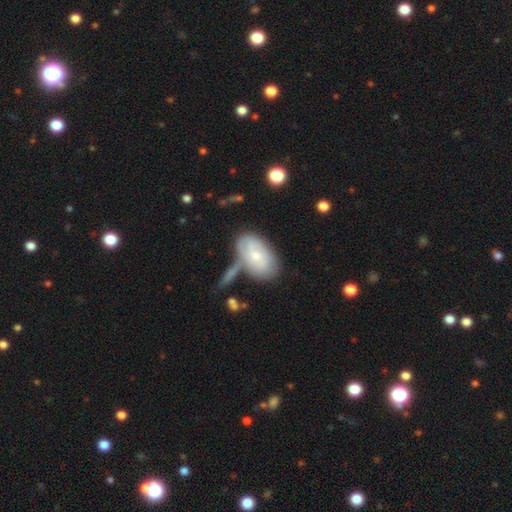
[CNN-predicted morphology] Q: Smooth or featured?
A: smooth (56%); runner-up: featured or disk (38%)
Q: How rounded?
A: in between (91%); runner-up: round (7%)
Q: Merging?
A: none (49%); runner-up: minor disturbance (22%)